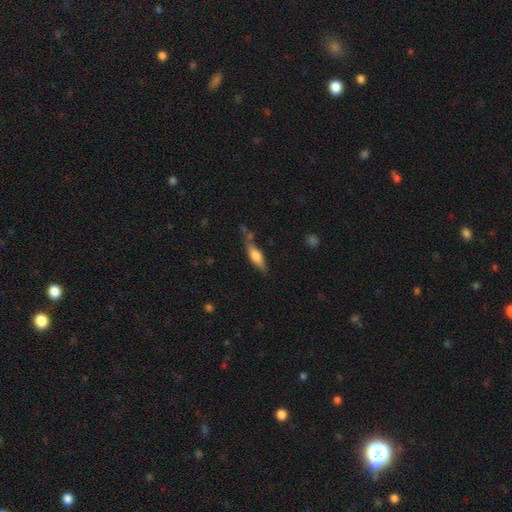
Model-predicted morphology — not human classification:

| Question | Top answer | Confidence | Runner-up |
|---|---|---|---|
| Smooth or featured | smooth | 64% | featured or disk (30%) |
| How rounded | cigar-shaped | 55% | in between (42%) |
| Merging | none | 61% | minor disturbance (23%) |